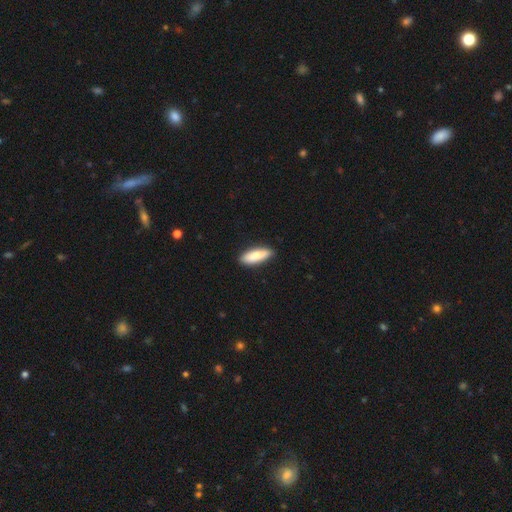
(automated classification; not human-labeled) Smooth or featured: smooth — 84% (featured or disk — 11%)
How rounded: in between — 56% (cigar-shaped — 42%)
Merging: none — 87% (minor disturbance — 10%)